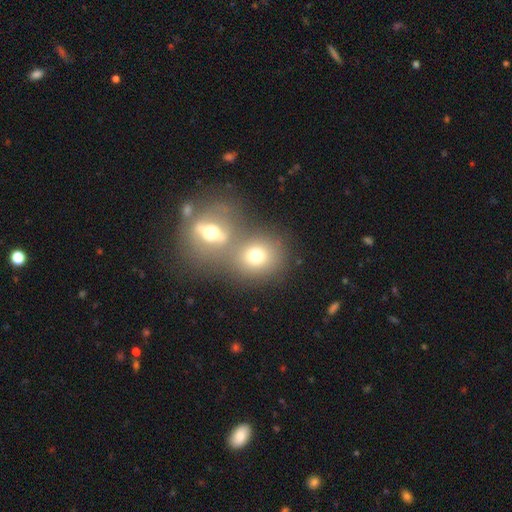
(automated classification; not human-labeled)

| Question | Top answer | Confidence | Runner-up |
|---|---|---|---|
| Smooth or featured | smooth | 69% | featured or disk (19%) |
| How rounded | round | 71% | in between (28%) |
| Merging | merger | 47% | none (41%) |